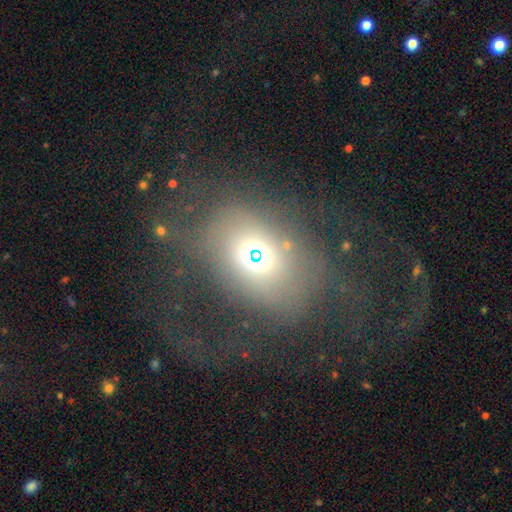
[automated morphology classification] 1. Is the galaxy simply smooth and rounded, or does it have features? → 52% smooth, 27% featured or disk, 21% star or artifact.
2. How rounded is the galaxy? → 54% in between, 44% round, 2% cigar-shaped.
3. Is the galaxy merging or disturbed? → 46% none, 30% major disturbance, 18% minor disturbance, 5% merger.